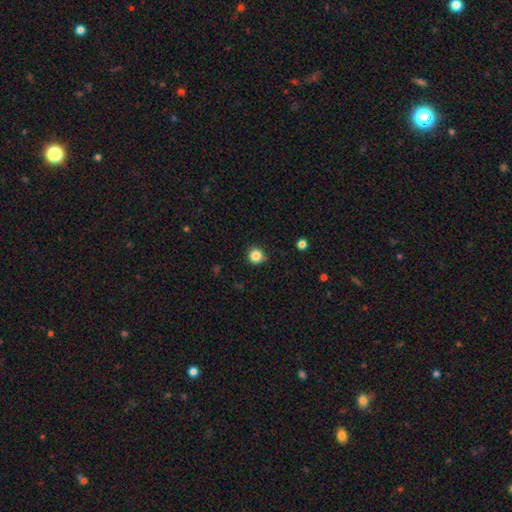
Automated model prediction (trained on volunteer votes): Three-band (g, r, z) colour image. It shows a smooth galaxy with no disk features (85%) that is round (93%). Merging: none (88%).